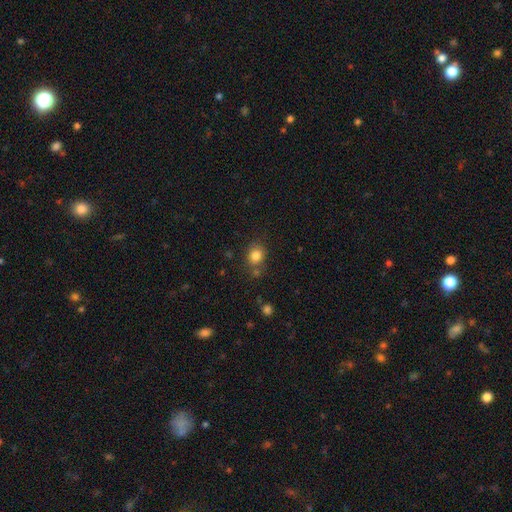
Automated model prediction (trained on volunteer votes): A smooth galaxy with no disk features (82%) that is round (65%). Merging: none (71%).